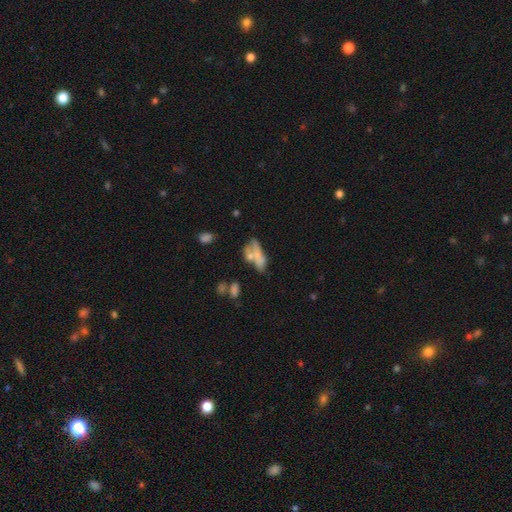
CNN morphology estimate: smooth 57%, featured or disk 33%, star or artifact 10%. Down the decision tree: how rounded — in between (70%); merging — merger (37%).